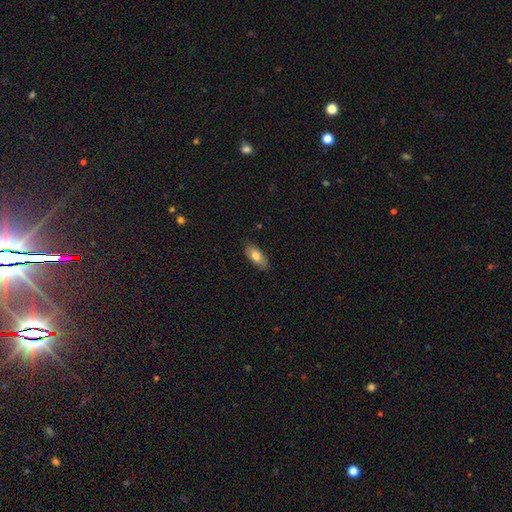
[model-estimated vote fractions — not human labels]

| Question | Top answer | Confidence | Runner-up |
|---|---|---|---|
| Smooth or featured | smooth | 77% | featured or disk (16%) |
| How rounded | in between | 84% | cigar-shaped (14%) |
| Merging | none | 83% | minor disturbance (13%) |